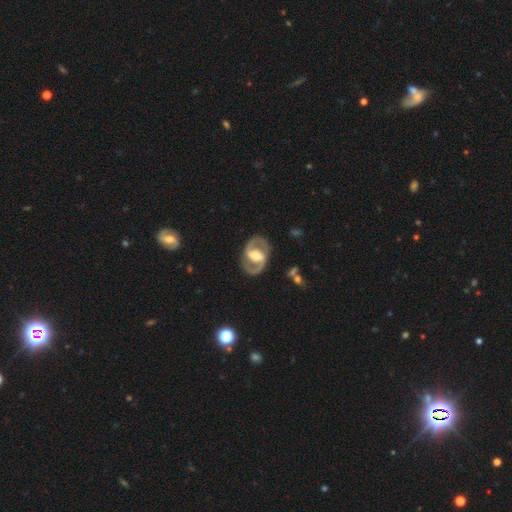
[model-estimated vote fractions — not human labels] featured or disk 87%, smooth 9%, star or artifact 4%. Down the decision tree: edge-on disk — no (97%); bar — strong (44%); spiral arms — yes (92%); spiral arm count — 2 (93%); spiral winding — medium (59%); bulge size — moderate (55%); merging — none (83%).